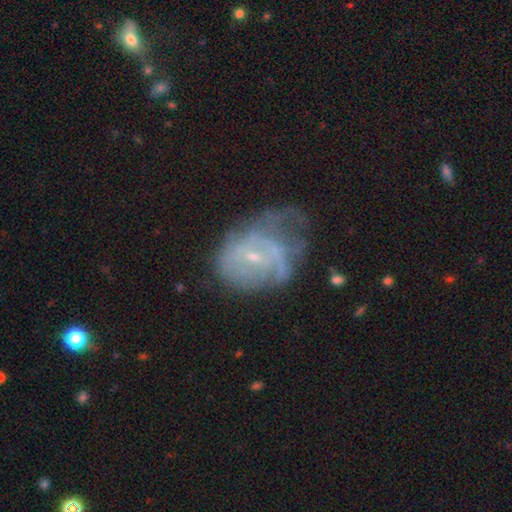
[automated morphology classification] Overall: featured or disk (68%). Edge-on disk: no (97%). Bar: no (51%; weak 41%). Spiral arms: yes (65%; no 35%). Bulge size: small (74%). Merging: major disturbance (38%; none 31%).